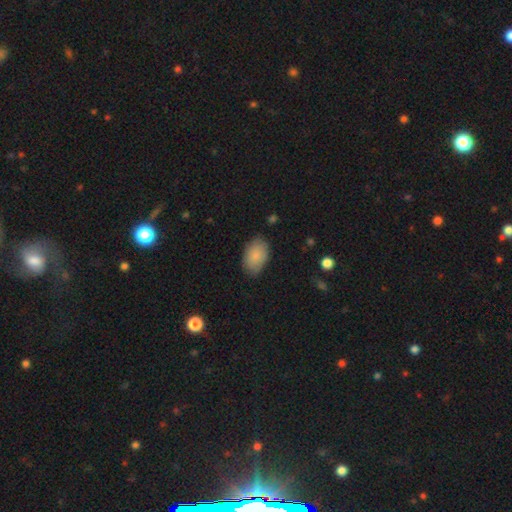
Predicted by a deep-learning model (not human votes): Smooth or featured: smooth — 86% (featured or disk — 8%)
How rounded: in between — 90% (round — 9%)
Merging: none — 80% (minor disturbance — 16%)